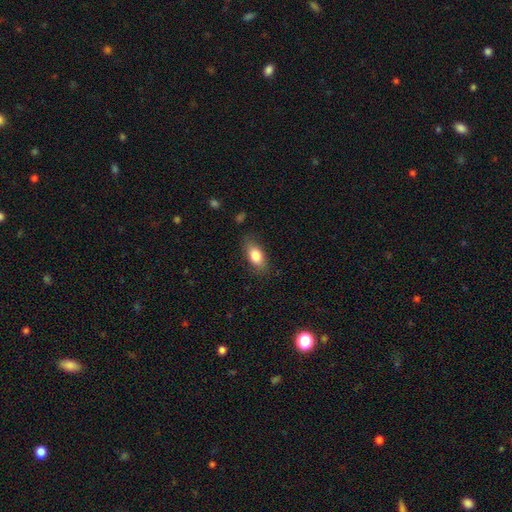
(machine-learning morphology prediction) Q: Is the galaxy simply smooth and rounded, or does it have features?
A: smooth — 82%.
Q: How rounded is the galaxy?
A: in between — 86%.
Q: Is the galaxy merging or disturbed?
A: none — 78%.